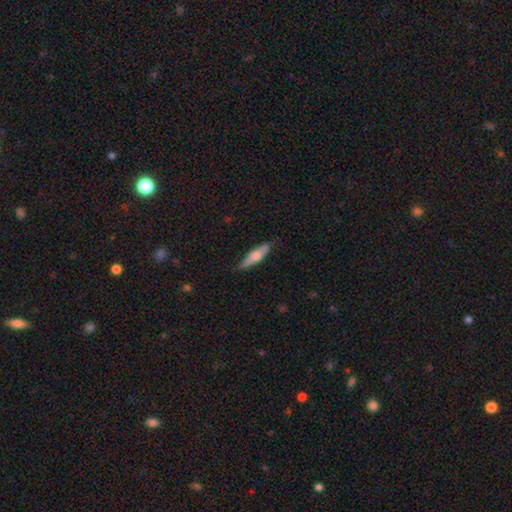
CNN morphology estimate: A smooth galaxy with no disk features (62%) that is cigar-shaped (68%).

Vote fractions:
- Smooth or featured? smooth: 62% / featured or disk: 32% / star or artifact: 6%
- How rounded? cigar-shaped: 68% / in between: 30% / round: 2%
- Merging? none: 75% / minor disturbance: 20% / major disturbance: 3% / merger: 1%